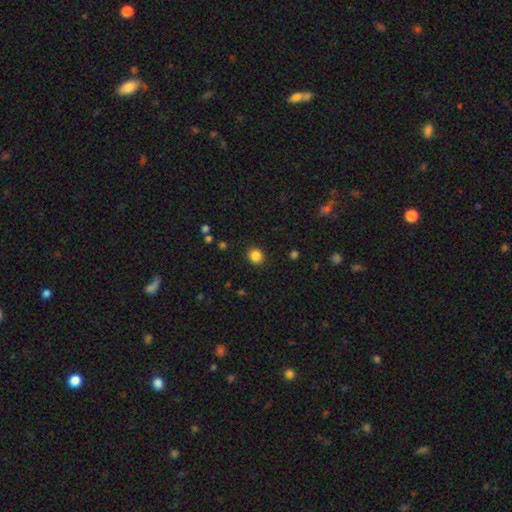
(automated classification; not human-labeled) This appears to be a smooth galaxy with no disk features (85%) that is round (85%). Merging: none (91%).